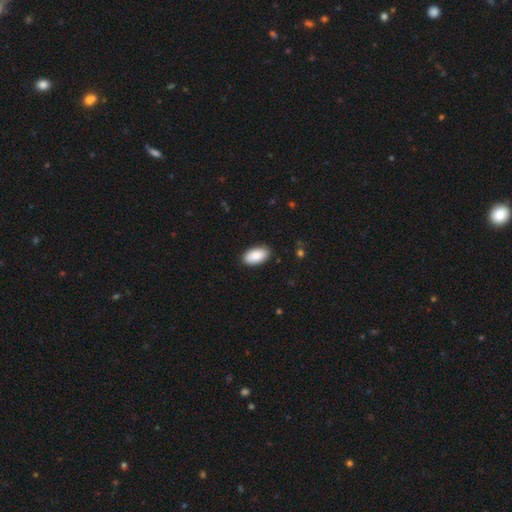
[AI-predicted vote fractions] Morphology: type=smooth (89%); roundness=in between (95%); merging=none (89%).